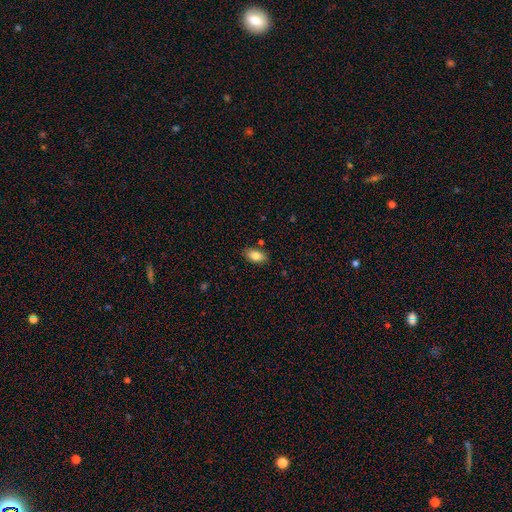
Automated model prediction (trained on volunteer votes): The model was most divided on "merging": none: 84%, minor disturbance: 11%, merger: 2%, major disturbance: 2%. More confident: how rounded — in between (92%); smooth or featured — smooth (84%).